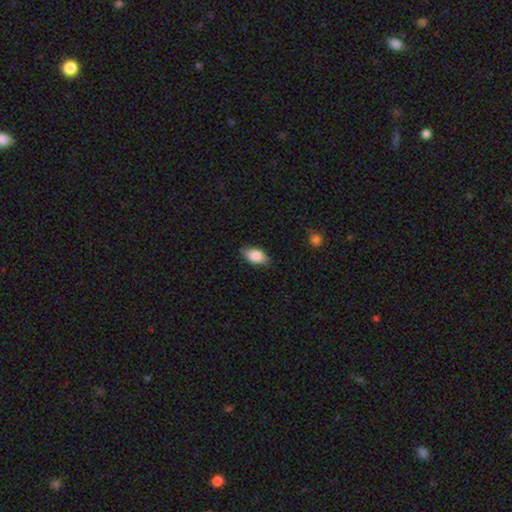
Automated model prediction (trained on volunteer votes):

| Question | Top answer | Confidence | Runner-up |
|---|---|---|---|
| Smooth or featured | smooth | 85% | featured or disk (9%) |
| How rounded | in between | 91% | round (5%) |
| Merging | none | 79% | minor disturbance (17%) |